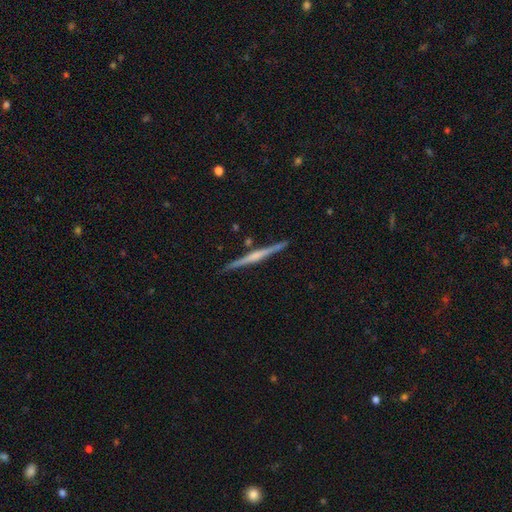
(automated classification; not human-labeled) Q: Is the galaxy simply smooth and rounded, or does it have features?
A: featured or disk — 74%.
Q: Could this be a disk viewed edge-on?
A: yes — 98%.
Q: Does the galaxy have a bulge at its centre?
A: rounded — 47%.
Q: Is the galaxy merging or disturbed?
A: none — 89%.